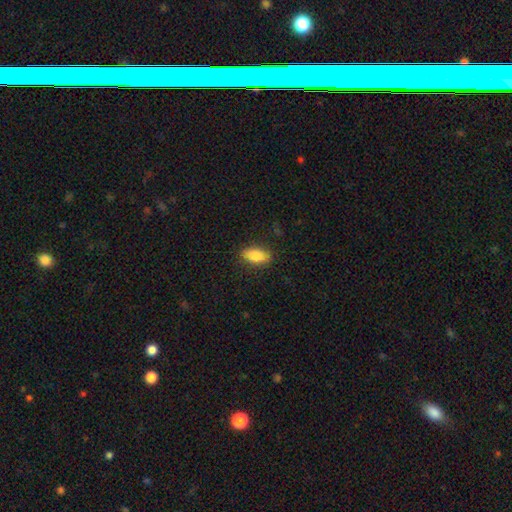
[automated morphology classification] The model was most divided on "merging": none: 85%, minor disturbance: 11%, major disturbance: 3%, merger: 1%. More confident: how rounded — in between (88%); smooth or featured — smooth (85%).